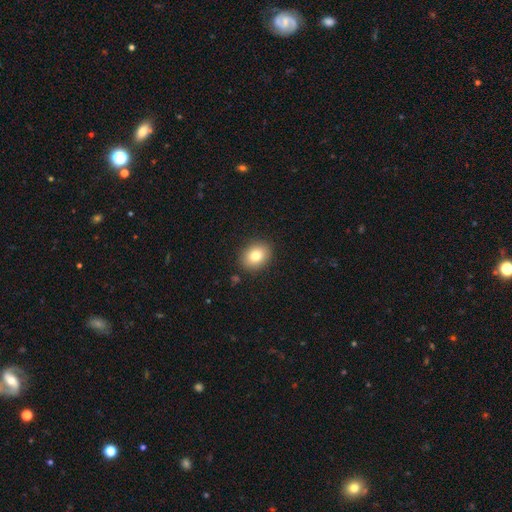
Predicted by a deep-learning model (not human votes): Overall: smooth (80%). How rounded: in between (52%; round 48%). Merging: none (89%).